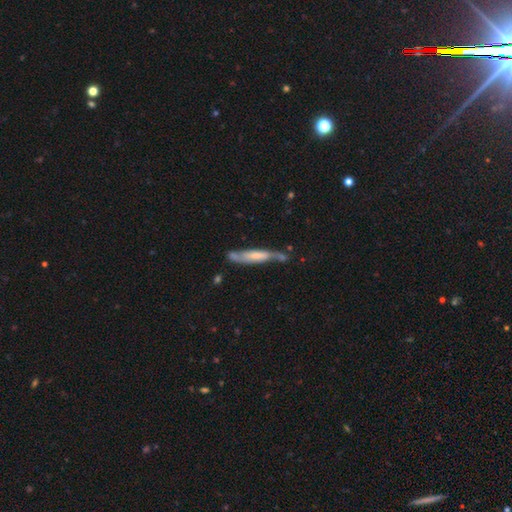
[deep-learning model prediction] Smooth or featured?
  - featured or disk: 53% *
  - smooth: 41%
  - star or artifact: 6%
Edge-on disk?
  - yes: 56% *
  - no: 44%
Merging?
  - none: 54% *
  - minor disturbance: 26%
  - merger: 11%
  - major disturbance: 9%